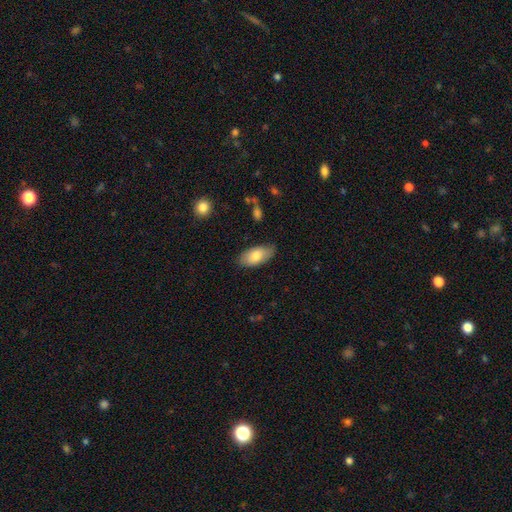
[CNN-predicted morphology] This appears to be a smooth galaxy with no disk features (77%) that is in between round and cigar-shaped (93%). Merging: none (81%).